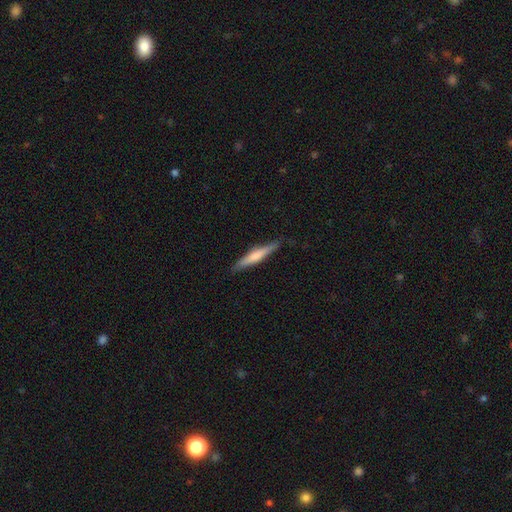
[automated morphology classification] A smooth galaxy with no disk features (50%) that is cigar-shaped (92%). Merging: none (86%).